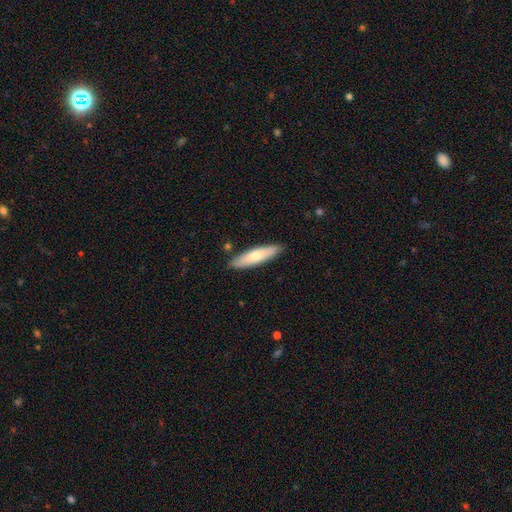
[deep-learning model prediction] smooth 67%, featured or disk 27%, star or artifact 5%. Down the decision tree: how rounded — cigar-shaped (71%); merging — none (86%).